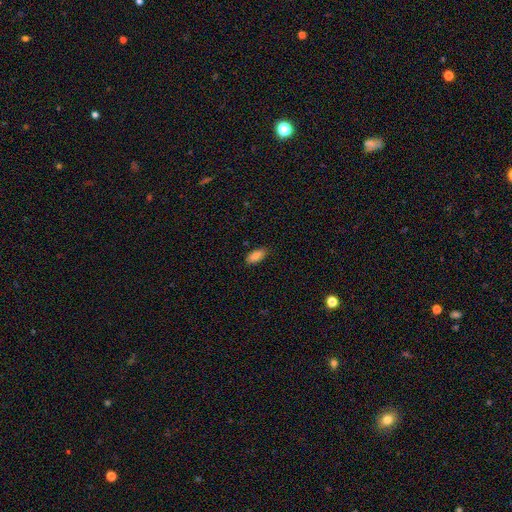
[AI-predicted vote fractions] Smooth or featured: smooth — 80% (featured or disk — 12%)
How rounded: in between — 90% (cigar-shaped — 8%)
Merging: none — 84% (minor disturbance — 12%)